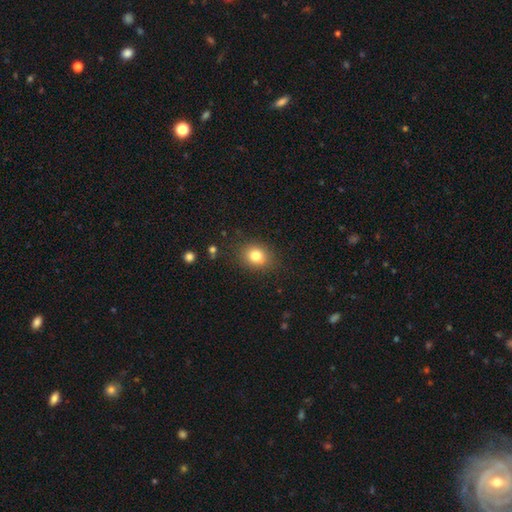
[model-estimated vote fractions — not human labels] This is likely a smooth galaxy (80%). How rounded: possibly round (59%). Merging: clearly none (85%).